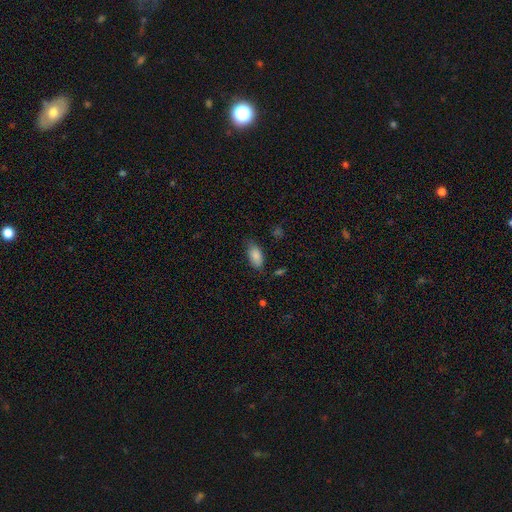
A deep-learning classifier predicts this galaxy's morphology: smooth 86%, star or artifact 7%, featured or disk 7%. Down the decision tree: how rounded — in between (91%); merging — none (73%).